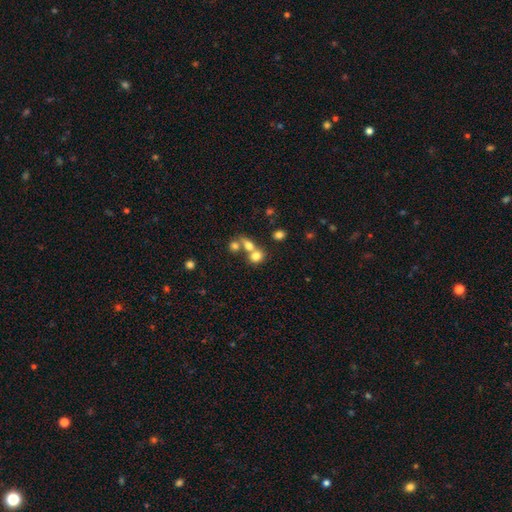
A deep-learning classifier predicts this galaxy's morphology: The model was most divided on "merging": merger: 48%, none: 39%, minor disturbance: 8%, major disturbance: 5%. More confident: smooth or featured — smooth (73%); how rounded — round (67%).